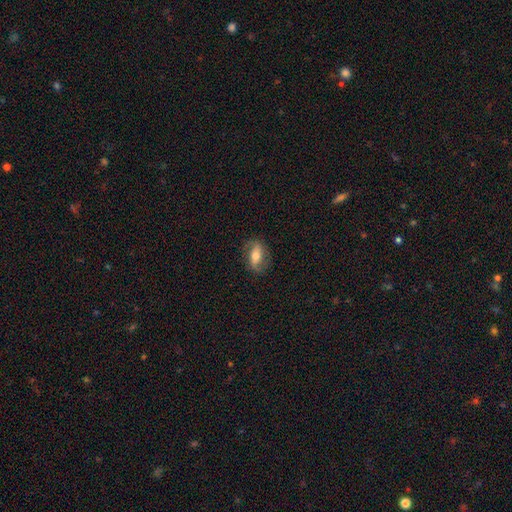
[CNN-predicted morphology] The model was most divided on "smooth or featured": featured or disk: 56%, smooth: 36%, star or artifact: 7%. More confident: edge-on disk — no (87%); merging — none (77%).